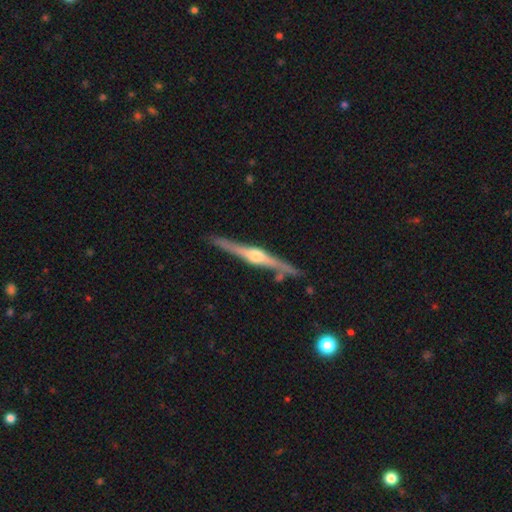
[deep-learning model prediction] Overall: featured or disk (82%). Edge-on disk: yes (98%). Edge-on bulge: rounded (92%). Merging: none (84%).